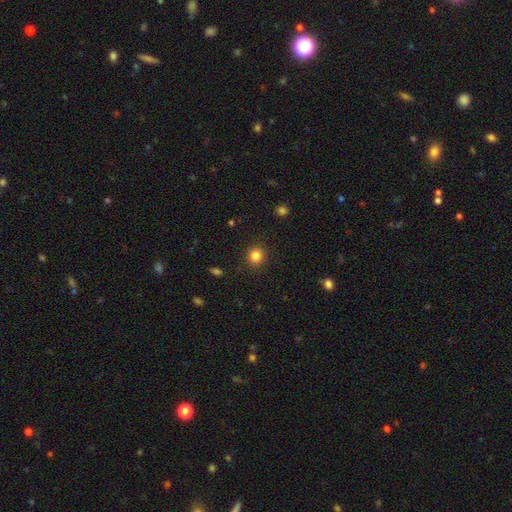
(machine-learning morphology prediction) Smooth or featured? Predicted: smooth (p=0.84). How rounded? Predicted: round (p=0.86). Merging? Predicted: none (p=0.90).